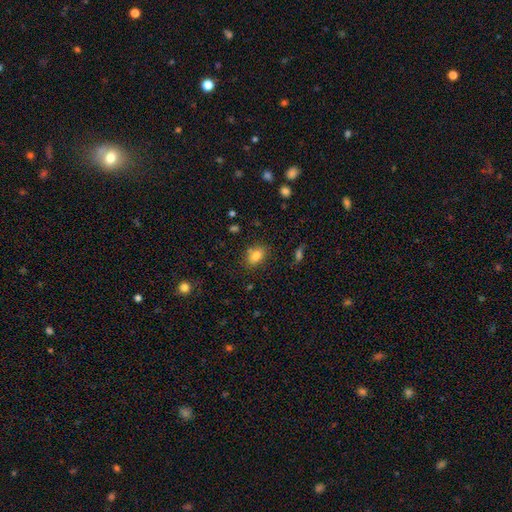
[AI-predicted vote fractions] A smooth galaxy with no disk features (81%) that is in between round and cigar-shaped (80%). Merging: none (79%).